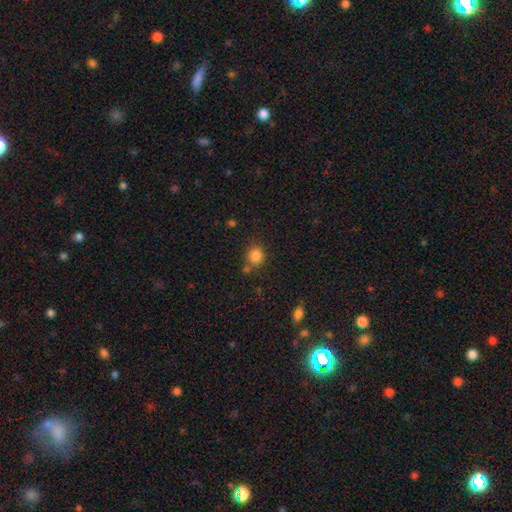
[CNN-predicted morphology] This appears to be a smooth galaxy with no disk features (84%) that is round (84%). Merging: none (74%).